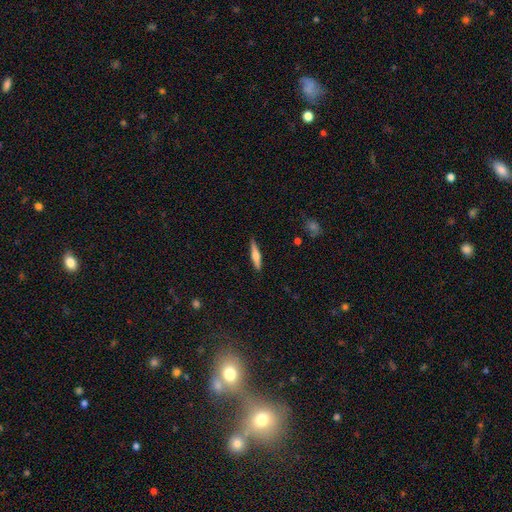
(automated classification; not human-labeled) Q: Smooth or featured?
A: smooth (49%); runner-up: featured or disk (45%)
Q: Merging?
A: none (89%); runner-up: minor disturbance (8%)